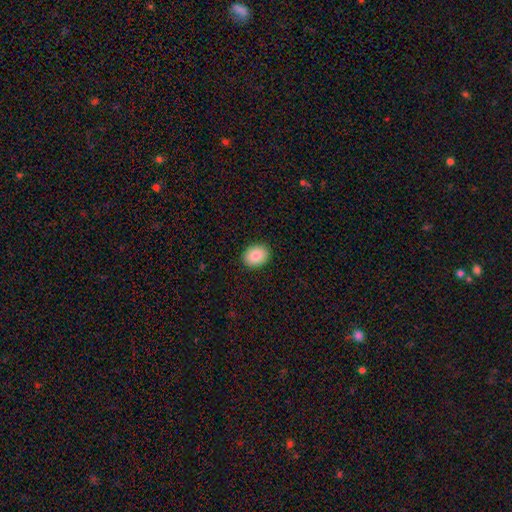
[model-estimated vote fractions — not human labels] Smooth or featured?
  - smooth: 87% *
  - star or artifact: 7%
  - featured or disk: 5%
How rounded?
  - in between: 60% *
  - round: 39%
  - cigar-shaped: 1%
Merging?
  - none: 90% *
  - minor disturbance: 7%
  - major disturbance: 2%
  - merger: 1%